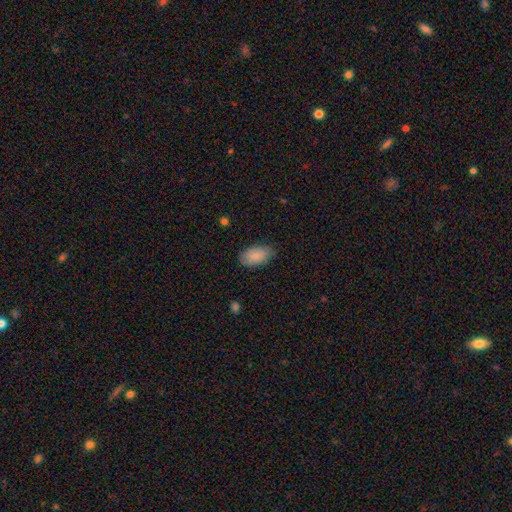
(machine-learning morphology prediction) Smooth or featured? smooth (87%)
How rounded? in between (94%)
Merging? none (78%)